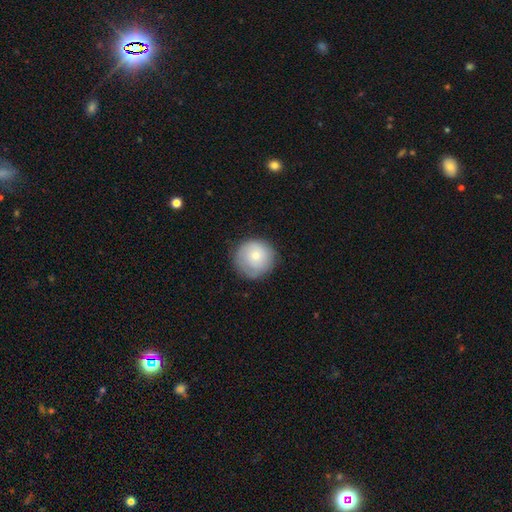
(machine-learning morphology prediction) The model was most divided on "smooth or featured": smooth: 73%, featured or disk: 20%, star or artifact: 7%. More confident: how rounded — round (94%); merging — none (79%).